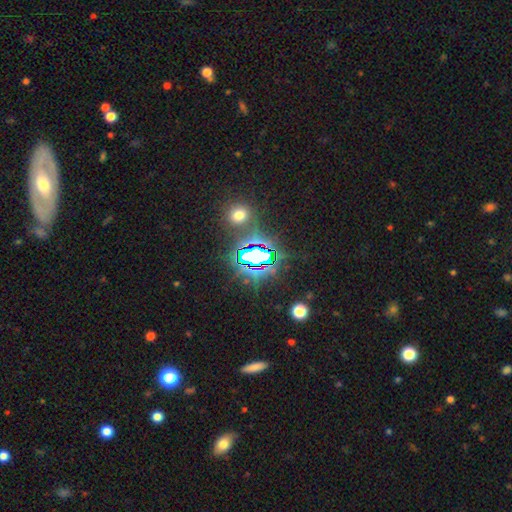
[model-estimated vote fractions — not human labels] A star or artifact, not a galaxy (78%).

Vote fractions:
- Smooth or featured? star or artifact: 78% / smooth: 12% / featured or disk: 10%